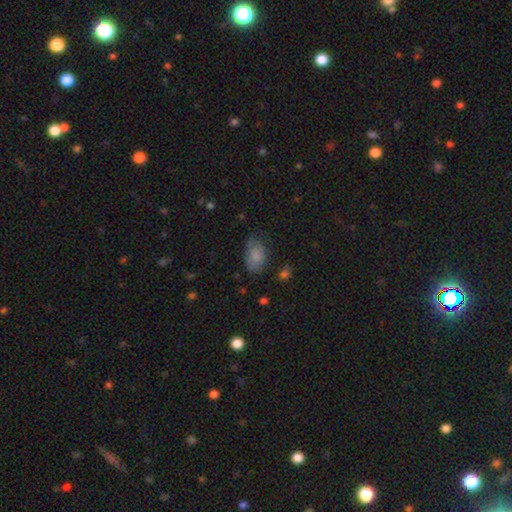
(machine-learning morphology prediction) Overall: smooth (76%). How rounded: in between (90%). Merging: none (62%; minor disturbance 27%).